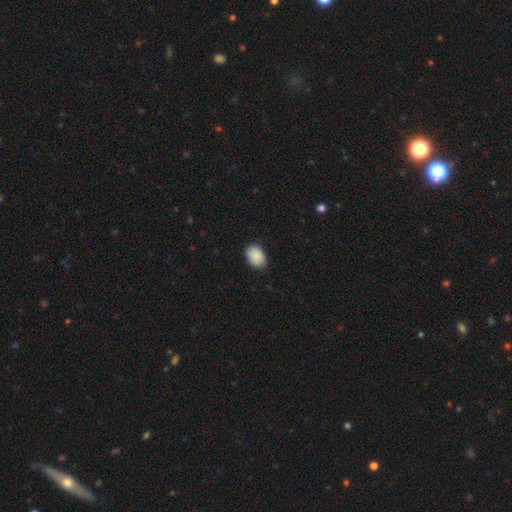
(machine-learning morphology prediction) The model was most divided on "how rounded": in between: 81%, round: 18%, cigar-shaped: 1%. More confident: smooth or featured — smooth (90%); merging — none (85%).